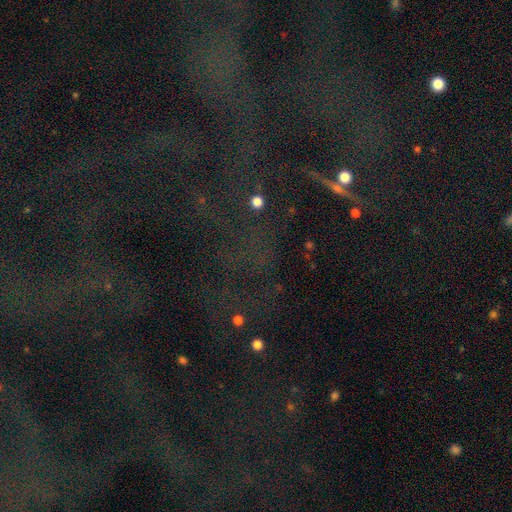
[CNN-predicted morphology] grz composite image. It shows a star or artifact, not a galaxy (78%).